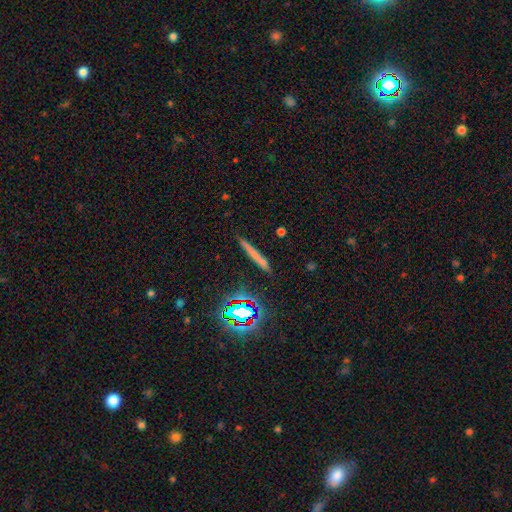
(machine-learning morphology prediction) Q: Smooth or featured?
A: smooth (54%); runner-up: featured or disk (28%)
Q: How rounded?
A: cigar-shaped (93%); runner-up: round (4%)
Q: Merging?
A: none (87%); runner-up: minor disturbance (9%)